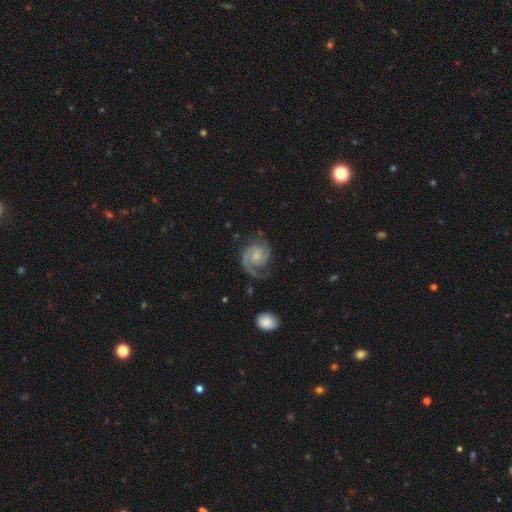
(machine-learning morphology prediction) smooth_or_featured: featured or disk (p=0.87) [alt: smooth p=0.09]
disk_edge_on: no (p=0.98) [alt: yes p=0.02]
bar: no (p=0.69) [alt: weak p=0.27]
has_spiral_arms: yes (p=0.98) [alt: no p=0.02]
spiral_winding: medium (p=0.44) [alt: tight p=0.42]
spiral_arm_count: 2 (p=0.70) [alt: 1 p=0.22]
bulge_size: small (p=0.54) [alt: moderate p=0.29]
merging: none (p=0.66) [alt: minor disturbance p=0.19]